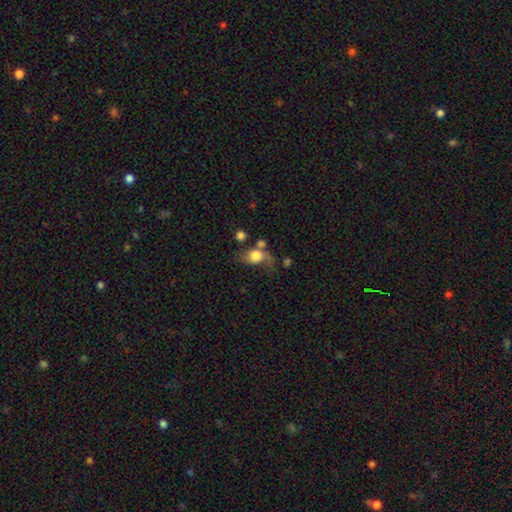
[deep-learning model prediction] This appears to be a smooth galaxy with no disk features (70%) that is in between round and cigar-shaped (51%). Merging: none (31%).